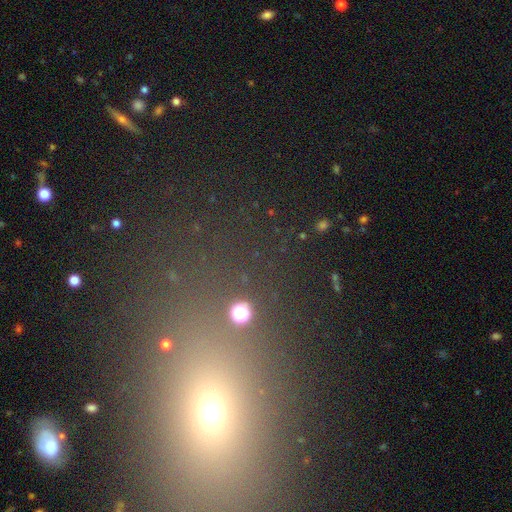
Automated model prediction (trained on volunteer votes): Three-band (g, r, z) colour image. It shows a star or artifact, not a galaxy (58%).